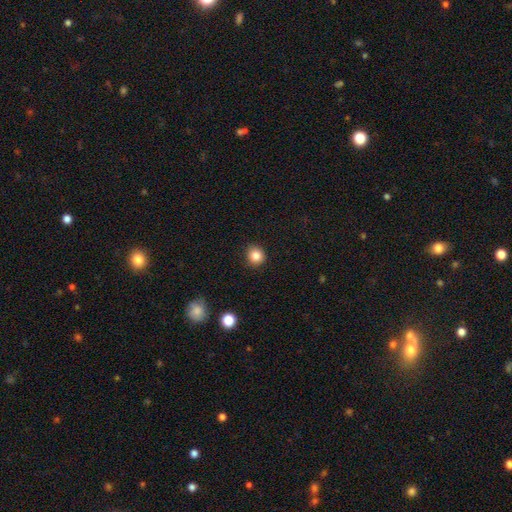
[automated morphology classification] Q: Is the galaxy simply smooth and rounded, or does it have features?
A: smooth — 85%.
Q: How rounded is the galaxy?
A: round — 89%.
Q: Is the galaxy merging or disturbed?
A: none — 88%.